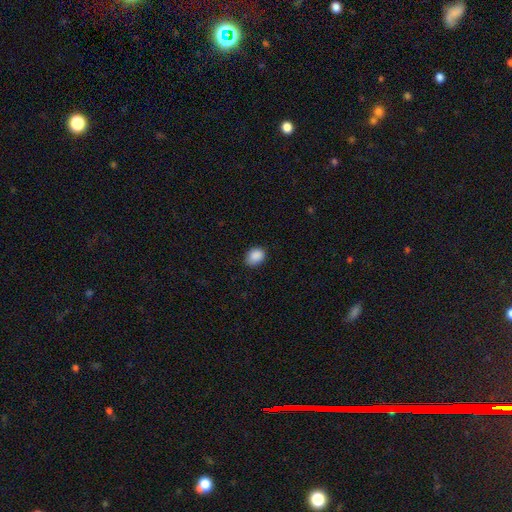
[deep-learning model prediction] This is clearly a smooth galaxy (89%). How rounded: likely in between (61%). Merging: clearly none (83%).